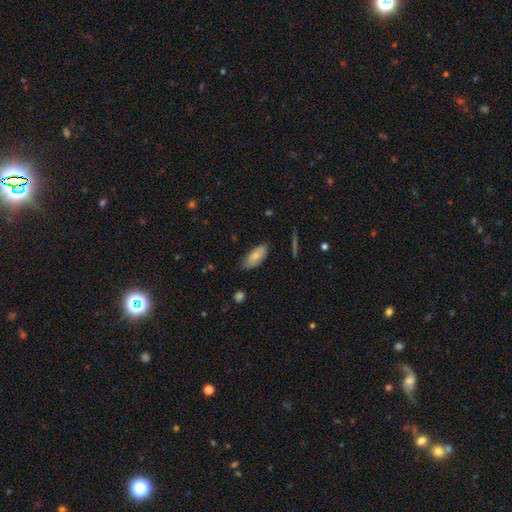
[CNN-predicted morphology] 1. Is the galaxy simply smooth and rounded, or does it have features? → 81% smooth, 13% featured or disk, 6% star or artifact.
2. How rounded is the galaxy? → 87% in between, 11% cigar-shaped, 2% round.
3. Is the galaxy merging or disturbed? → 77% none, 19% minor disturbance, 3% major disturbance, 1% merger.